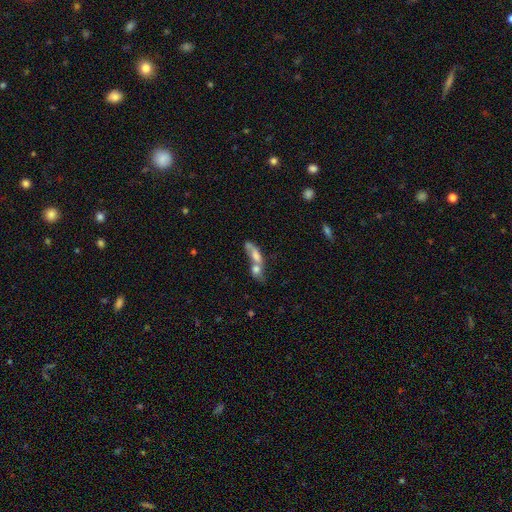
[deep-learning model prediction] Smooth or featured? smooth (57%)
How rounded? in between (54%)
Merging? merger (70%)